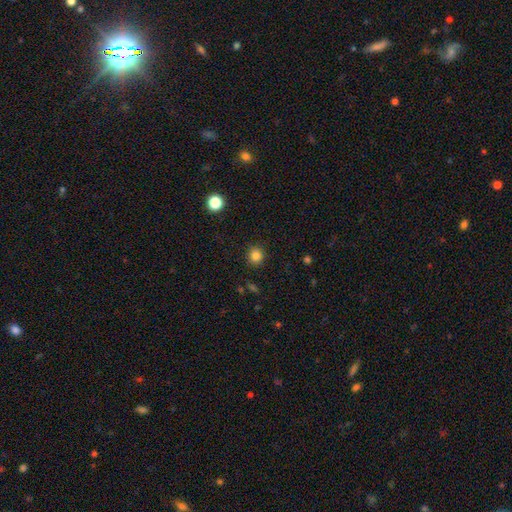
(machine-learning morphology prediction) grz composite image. It shows a smooth galaxy with no disk features (83%) that is round (88%). Merging: none (90%).